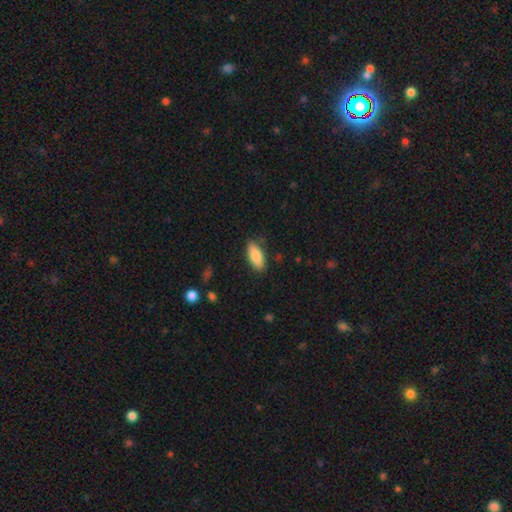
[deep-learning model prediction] Smooth or featured?
  - smooth: 82% *
  - featured or disk: 12%
  - star or artifact: 6%
How rounded?
  - in between: 79% *
  - cigar-shaped: 19%
  - round: 2%
Merging?
  - none: 83% *
  - minor disturbance: 13%
  - major disturbance: 3%
  - merger: 1%